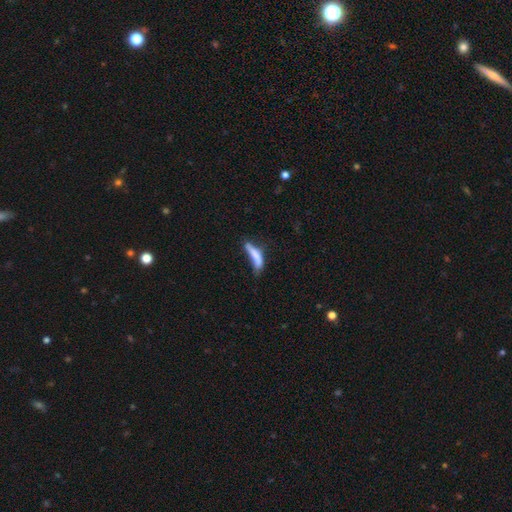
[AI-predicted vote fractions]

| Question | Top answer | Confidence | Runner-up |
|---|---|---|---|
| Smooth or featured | smooth | 67% | featured or disk (24%) |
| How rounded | cigar-shaped | 70% | in between (28%) |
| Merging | none | 31% | tied: minor disturbance (31%) |